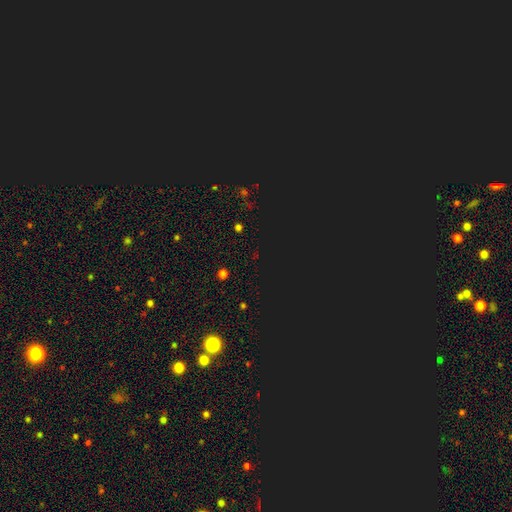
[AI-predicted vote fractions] The model was most divided on "smooth or featured": star or artifact: 70%, smooth: 24%, featured or disk: 6%.